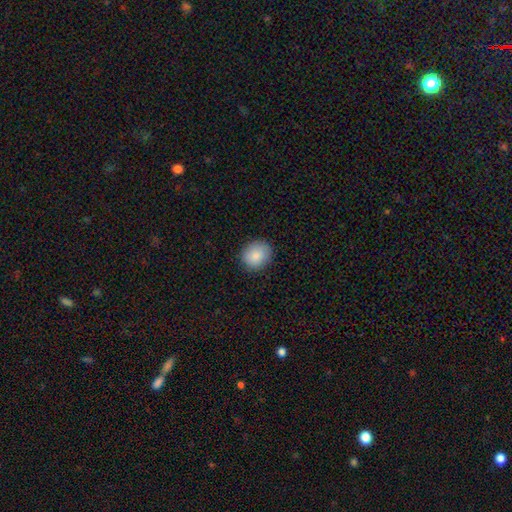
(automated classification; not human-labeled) Q: Smooth or featured?
A: smooth (86%); runner-up: star or artifact (8%)
Q: How rounded?
A: round (76%); runner-up: in between (23%)
Q: Merging?
A: none (88%); runner-up: minor disturbance (9%)